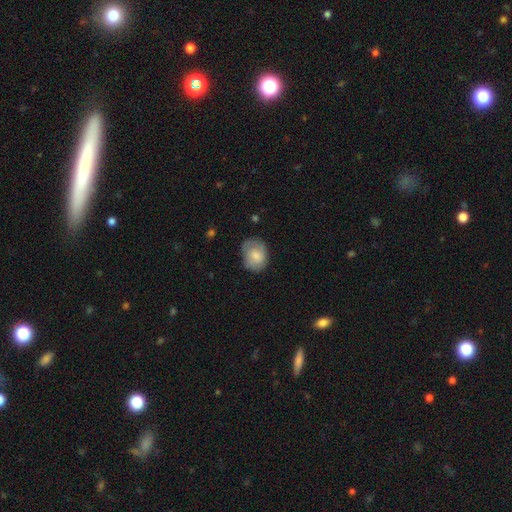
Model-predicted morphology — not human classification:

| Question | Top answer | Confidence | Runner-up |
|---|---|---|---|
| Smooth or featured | smooth | 71% | featured or disk (23%) |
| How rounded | in between | 54% | round (45%) |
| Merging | none | 67% | minor disturbance (25%) |